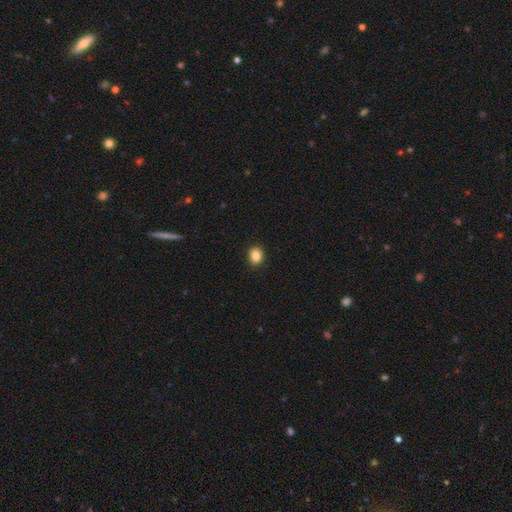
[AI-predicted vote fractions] This is clearly a smooth galaxy (86%). How rounded: possibly round (59%). Merging: clearly none (91%).